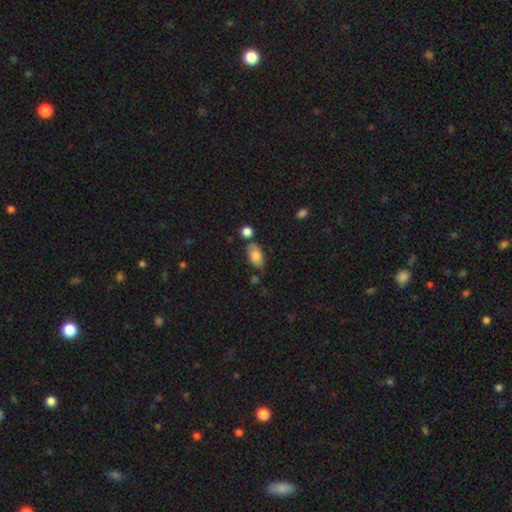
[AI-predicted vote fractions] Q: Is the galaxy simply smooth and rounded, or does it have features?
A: smooth — 79%.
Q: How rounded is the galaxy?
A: in between — 92%.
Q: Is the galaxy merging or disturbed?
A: none — 63%.